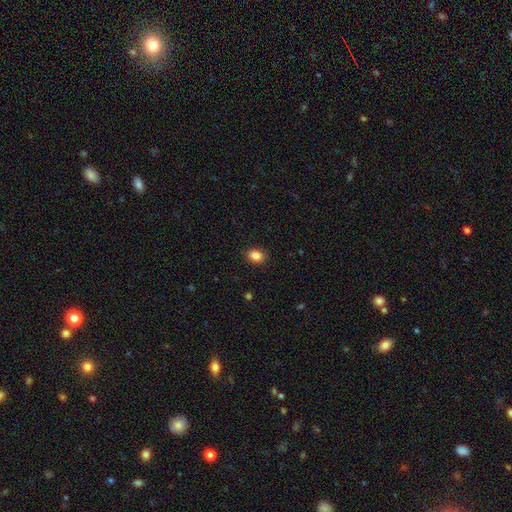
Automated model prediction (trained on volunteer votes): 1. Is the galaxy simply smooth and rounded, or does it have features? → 86% smooth, 9% star or artifact, 4% featured or disk.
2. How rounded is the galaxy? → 69% in between, 29% round, 1% cigar-shaped.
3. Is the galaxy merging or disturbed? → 90% none, 7% minor disturbance, 2% major disturbance, 1% merger.